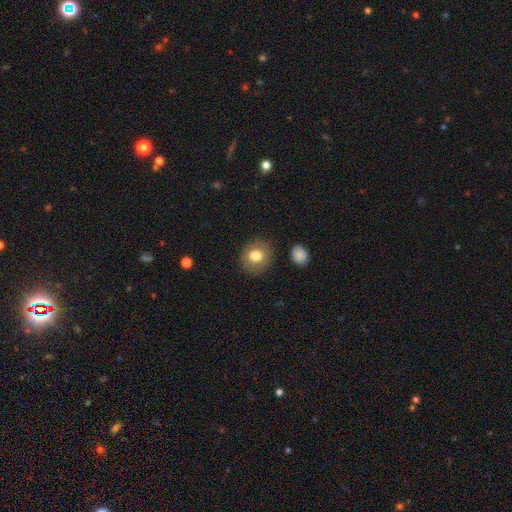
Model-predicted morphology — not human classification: smooth-or-featured: smooth: 79% | featured or disk: 13% | star or artifact: 8%
  how-rounded: round: 74% | in between: 25% | cigar-shaped: 1%
  merging: none: 86% | minor disturbance: 9% | major disturbance: 3% | merger: 2%